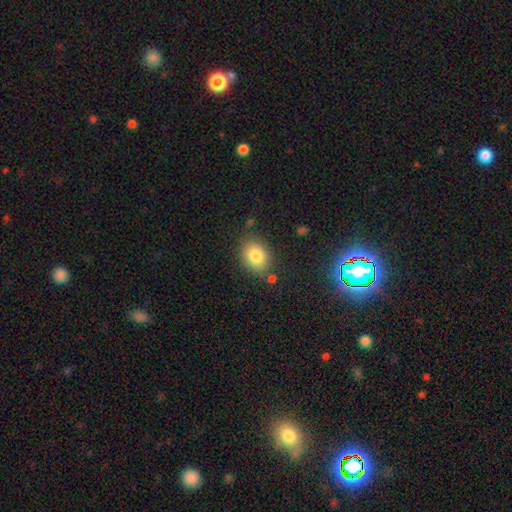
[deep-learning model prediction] smooth_or_featured: smooth (p=0.82) [alt: star or artifact p=0.09]
how_rounded: in between (p=0.61) [alt: round p=0.38]
merging: none (p=0.79) [alt: minor disturbance p=0.13]